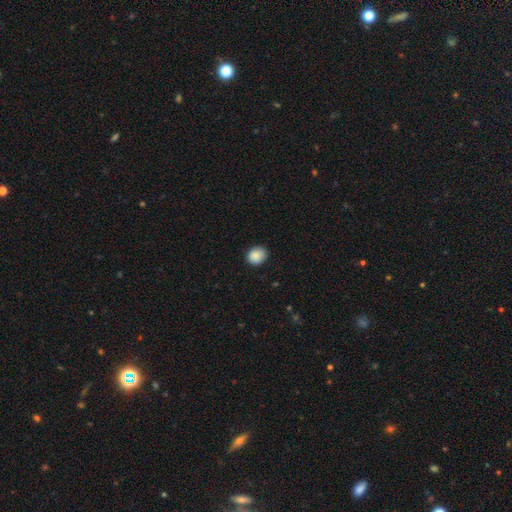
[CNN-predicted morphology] smooth_or_featured: smooth (p=0.87) [alt: star or artifact p=0.08]
how_rounded: round (p=0.69) [alt: in between p=0.30]
merging: none (p=0.83) [alt: minor disturbance p=0.13]